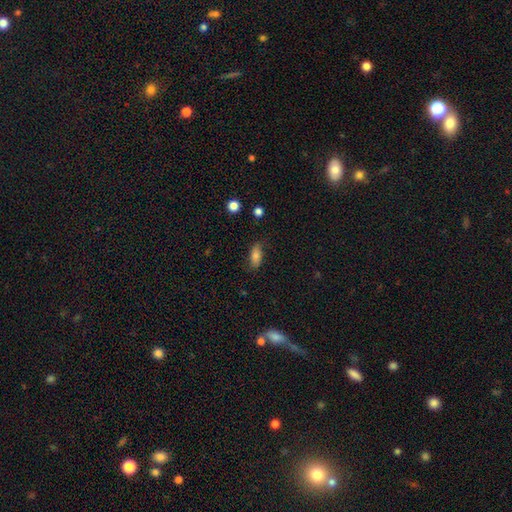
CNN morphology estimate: Smooth or featured? smooth (77%)
How rounded? in between (85%)
Merging? none (74%)